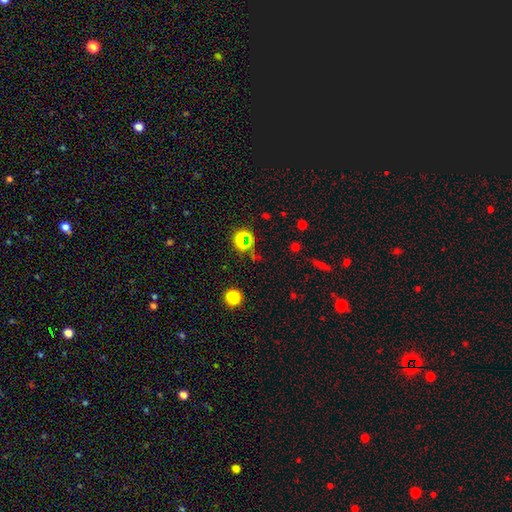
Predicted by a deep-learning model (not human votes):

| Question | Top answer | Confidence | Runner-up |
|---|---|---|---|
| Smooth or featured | star or artifact | 63% | smooth (28%) |